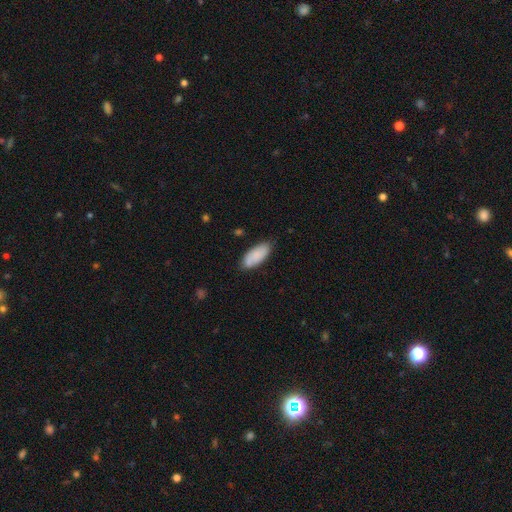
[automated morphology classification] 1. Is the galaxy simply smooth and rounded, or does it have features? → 86% smooth, 9% featured or disk, 6% star or artifact.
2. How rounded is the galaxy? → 85% in between, 13% cigar-shaped, 2% round.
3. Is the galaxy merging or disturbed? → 78% none, 17% minor disturbance, 3% major disturbance, 2% merger.